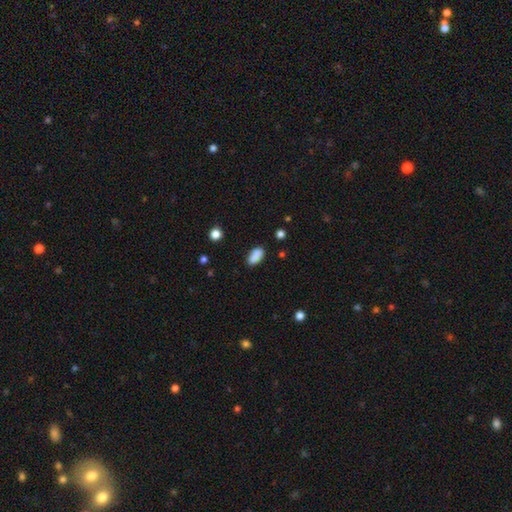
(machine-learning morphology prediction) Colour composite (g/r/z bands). It shows a smooth galaxy with no disk features (85%) that is in between round and cigar-shaped (89%). Merging: none (74%).